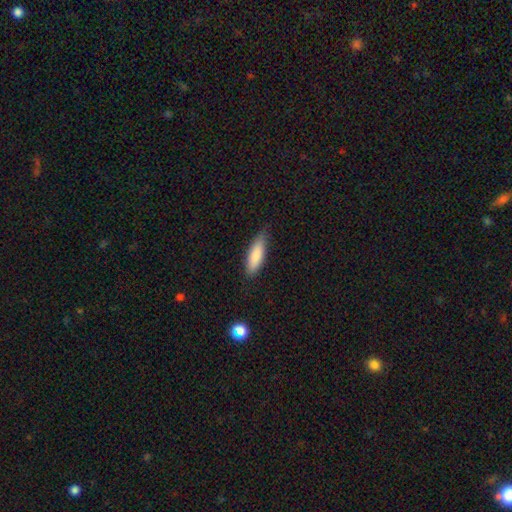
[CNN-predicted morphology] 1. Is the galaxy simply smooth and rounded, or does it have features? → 85% smooth, 9% featured or disk, 6% star or artifact.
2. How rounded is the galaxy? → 50% cigar-shaped, 49% in between, 2% round.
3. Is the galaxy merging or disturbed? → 75% none, 20% minor disturbance, 3% major disturbance, 1% merger.